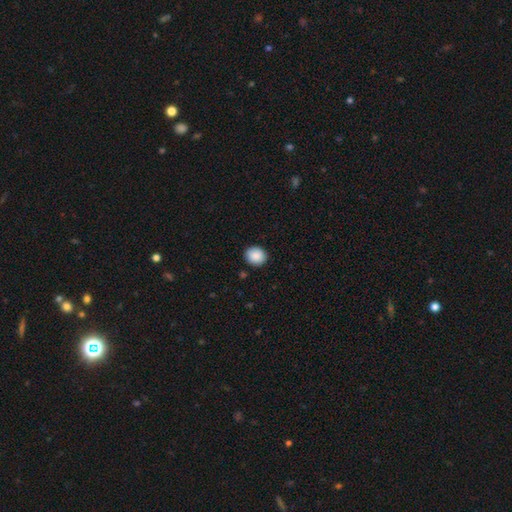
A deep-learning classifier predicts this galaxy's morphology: smooth_or_featured: smooth (p=0.89) [alt: star or artifact p=0.08]
how_rounded: round (p=0.77) [alt: in between p=0.22]
merging: none (p=0.90) [alt: minor disturbance p=0.07]